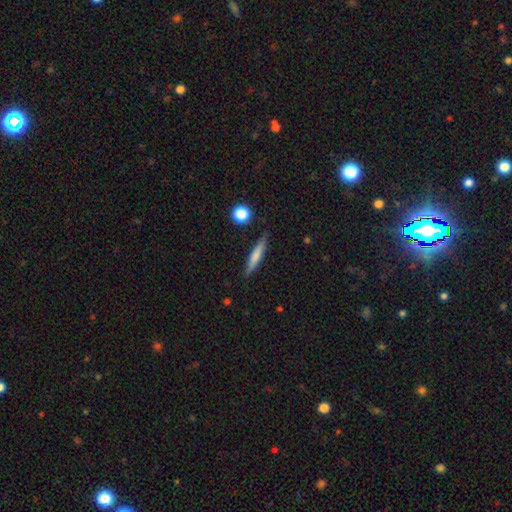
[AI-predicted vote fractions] This appears to be a smooth galaxy with no disk features (65%) that is cigar-shaped (89%). Merging: none (85%).